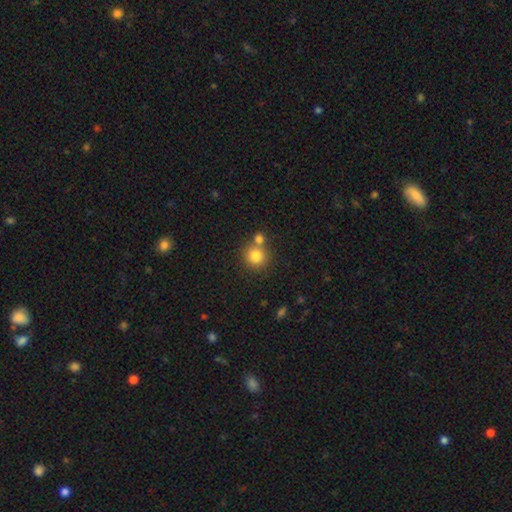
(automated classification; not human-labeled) A smooth galaxy with no disk features (81%) that is round (91%).

Vote fractions:
- Smooth or featured? smooth: 81% / star or artifact: 11% / featured or disk: 8%
- How rounded? round: 91% / in between: 9% / cigar-shaped: 1%
- Merging? none: 62% / merger: 27% / minor disturbance: 8% / major disturbance: 3%